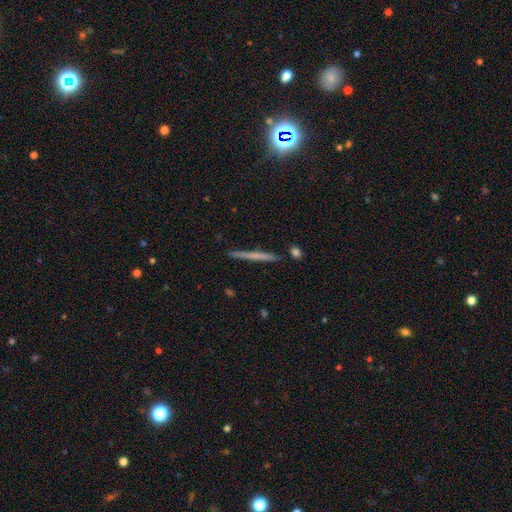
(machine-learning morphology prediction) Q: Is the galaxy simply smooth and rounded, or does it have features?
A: featured or disk — 48%.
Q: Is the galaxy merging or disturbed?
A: none — 90%.